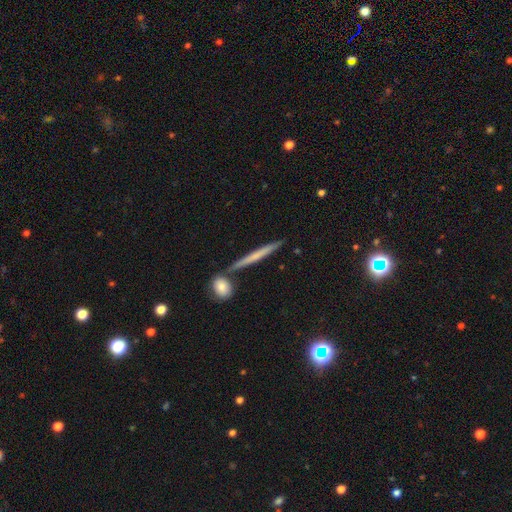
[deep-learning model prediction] Smooth or featured? smooth (48%)
Merging? none (82%)